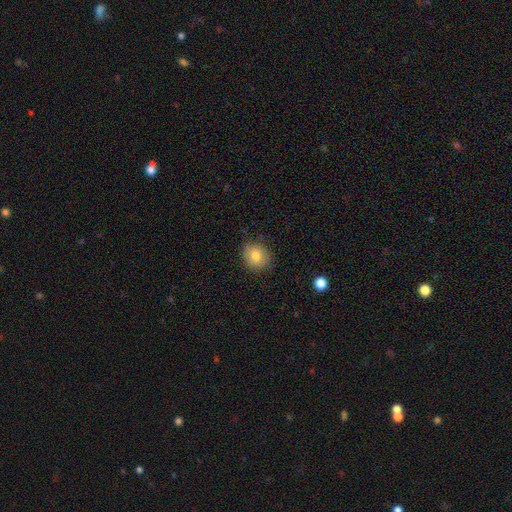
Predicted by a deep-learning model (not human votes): This appears to be a smooth galaxy with no disk features (81%) that is round (61%). Merging: none (83%).